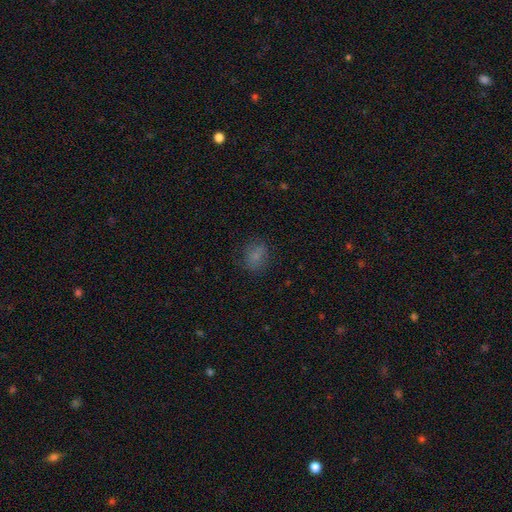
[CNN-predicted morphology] This is likely a smooth galaxy (76%). How rounded: possibly in between (52%). Merging: likely none (76%).